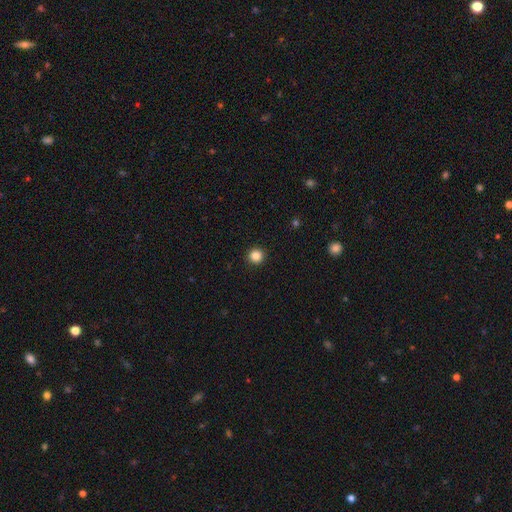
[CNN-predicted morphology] Smooth or featured? Predicted: smooth (p=0.85). How rounded? Predicted: round (p=0.94). Merging? Predicted: none (p=0.93).